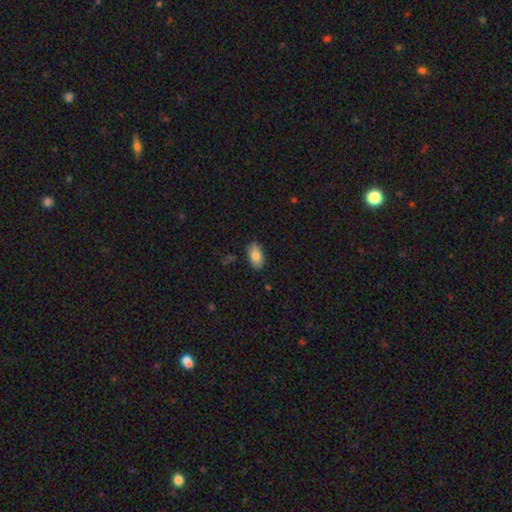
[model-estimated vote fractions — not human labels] This is clearly a smooth galaxy (81%). How rounded: clearly in between (92%). Merging: clearly none (81%).